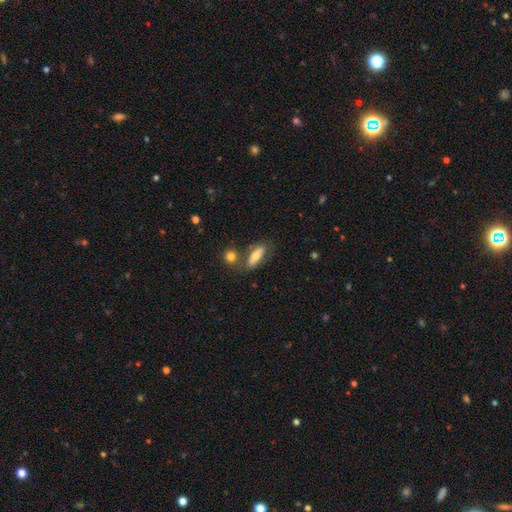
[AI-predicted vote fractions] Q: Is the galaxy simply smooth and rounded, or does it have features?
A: smooth — 67%.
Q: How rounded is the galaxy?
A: in between — 64%.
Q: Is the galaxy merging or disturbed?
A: none — 59%.